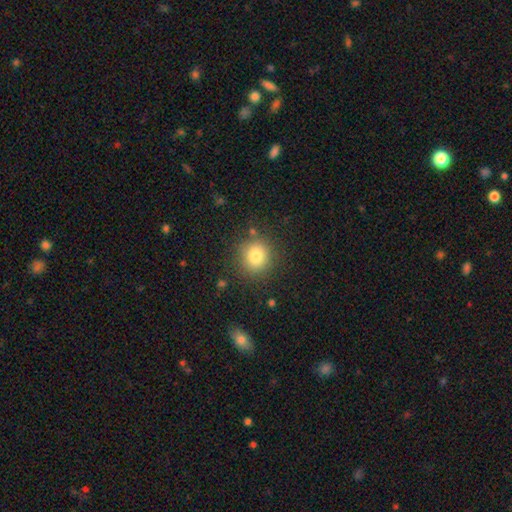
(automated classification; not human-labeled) Smooth or featured?
  - smooth: 82% *
  - star or artifact: 11%
  - featured or disk: 7%
How rounded?
  - round: 87% *
  - in between: 12%
  - cigar-shaped: 1%
Merging?
  - none: 84% *
  - minor disturbance: 10%
  - major disturbance: 3%
  - merger: 3%